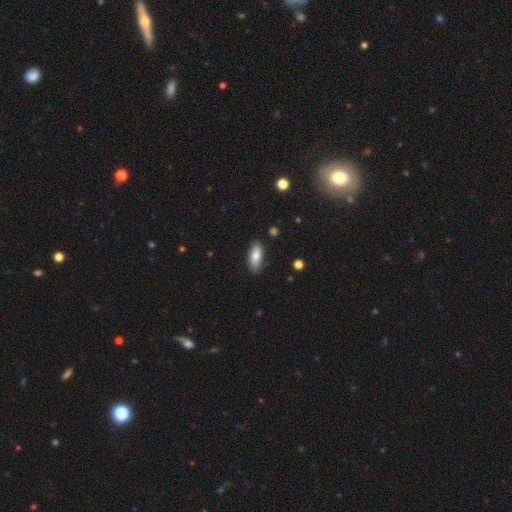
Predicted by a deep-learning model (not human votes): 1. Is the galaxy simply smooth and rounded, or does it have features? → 80% smooth, 14% featured or disk, 6% star or artifact.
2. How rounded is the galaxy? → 83% in between, 15% cigar-shaped, 2% round.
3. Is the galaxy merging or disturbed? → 83% none, 14% minor disturbance, 2% major disturbance, 2% merger.